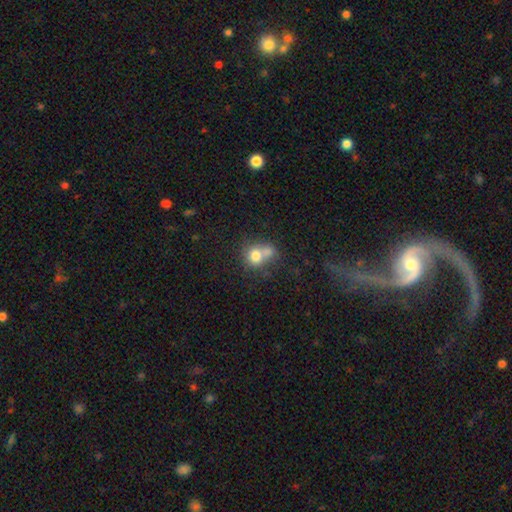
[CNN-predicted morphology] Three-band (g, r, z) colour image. It shows a smooth galaxy with no disk features (75%) that is round (73%). Merging: merger (53%).